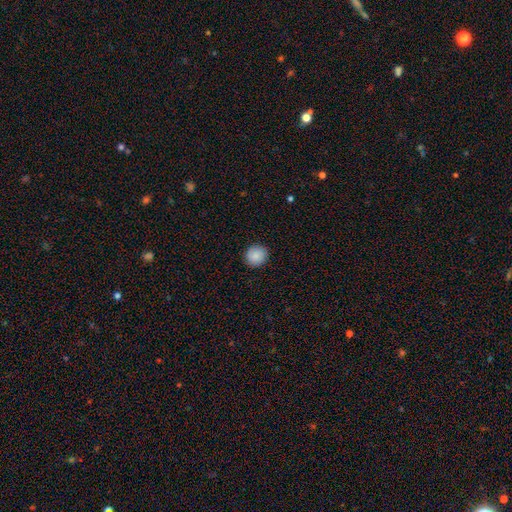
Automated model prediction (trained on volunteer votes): This is clearly a smooth galaxy (88%). How rounded: clearly round (89%). Merging: clearly none (90%).